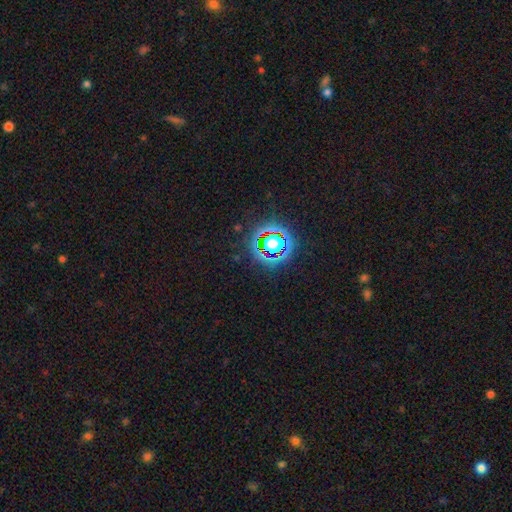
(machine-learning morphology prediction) smooth-or-featured: star or artifact: 80% | smooth: 13% | featured or disk: 7%